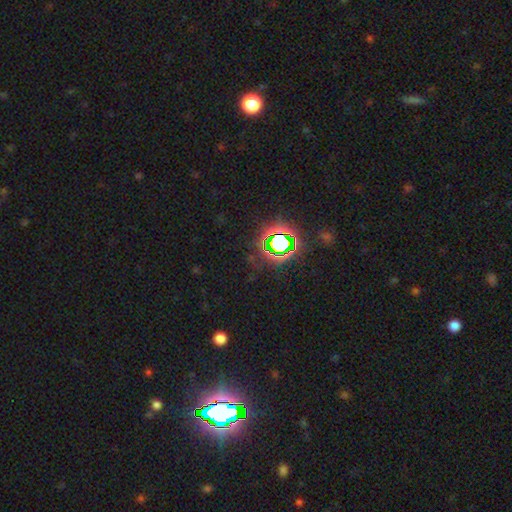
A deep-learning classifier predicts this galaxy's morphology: Smooth or featured? star or artifact (81%)